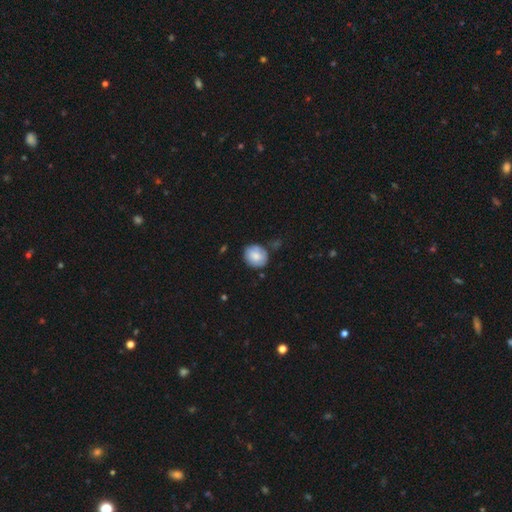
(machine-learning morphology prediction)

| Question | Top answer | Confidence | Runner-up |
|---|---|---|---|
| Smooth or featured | smooth | 76% | featured or disk (17%) |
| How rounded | round | 70% | in between (29%) |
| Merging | none | 68% | minor disturbance (22%) |